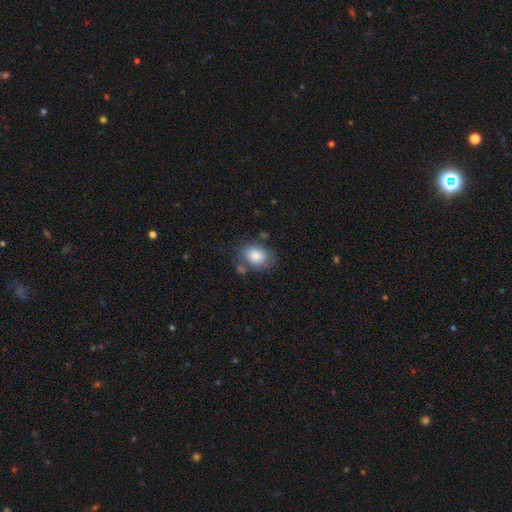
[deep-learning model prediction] A smooth galaxy with no disk features (83%) that is in between round and cigar-shaped (68%).

Vote fractions:
- Smooth or featured? smooth: 83% / featured or disk: 10% / star or artifact: 7%
- How rounded? in between: 68% / round: 31% / cigar-shaped: 1%
- Merging? none: 63% / minor disturbance: 20% / merger: 9% / major disturbance: 7%